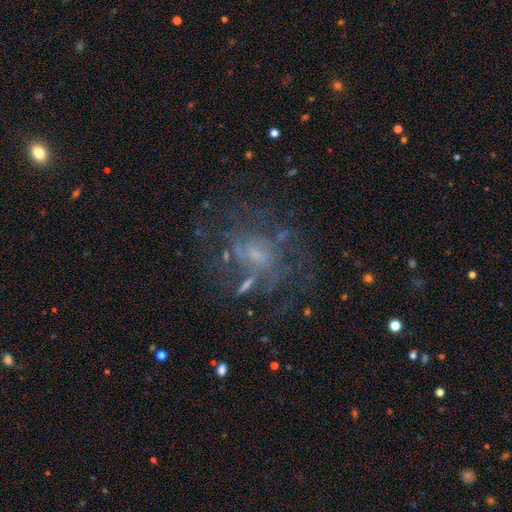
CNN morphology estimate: Smooth or featured? Predicted: featured or disk (p=0.68). Edge-on disk? Predicted: no (p=0.97). Bar? Predicted: no (p=0.62). Spiral arms? Predicted: yes (p=0.67). Bulge size? Predicted: small (p=0.51). Merging? Predicted: none (p=0.61).